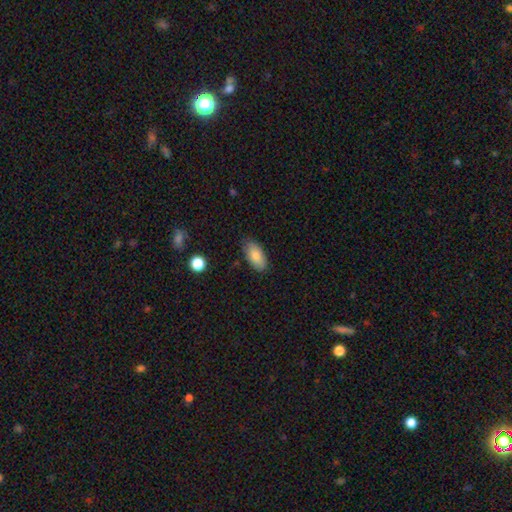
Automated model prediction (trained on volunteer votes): This appears to be a smooth galaxy with no disk features (82%) that is in between round and cigar-shaped (92%). Merging: none (83%).